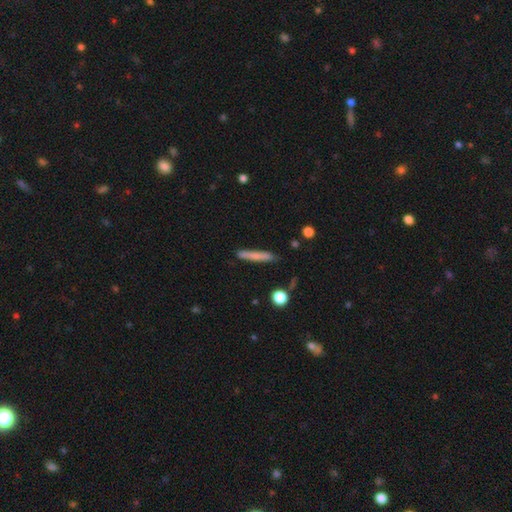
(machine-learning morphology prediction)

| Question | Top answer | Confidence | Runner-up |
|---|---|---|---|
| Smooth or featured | smooth | 74% | featured or disk (19%) |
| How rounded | cigar-shaped | 95% | in between (4%) |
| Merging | none | 84% | minor disturbance (12%) |